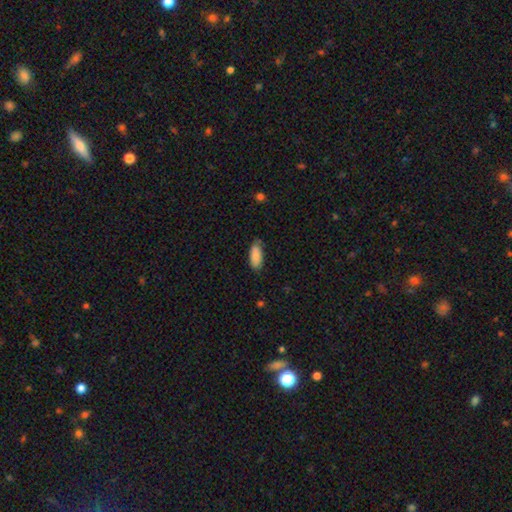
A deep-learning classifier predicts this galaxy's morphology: Smooth or featured? Predicted: smooth (p=0.88). How rounded? Predicted: in between (p=0.83). Merging? Predicted: none (p=0.75).